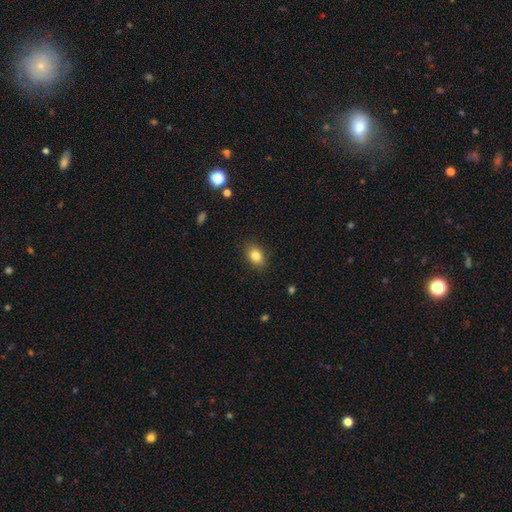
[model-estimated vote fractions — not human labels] smooth_or_featured: smooth (p=0.83) [alt: star or artifact p=0.10]
how_rounded: in between (p=0.73) [alt: round p=0.25]
merging: none (p=0.88) [alt: minor disturbance p=0.09]